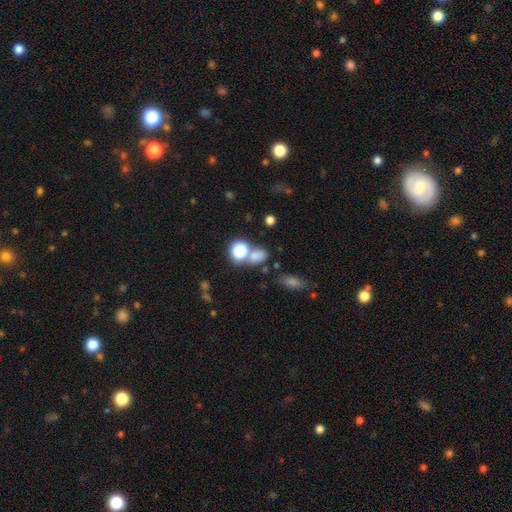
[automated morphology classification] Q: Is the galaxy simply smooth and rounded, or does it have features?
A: smooth — 66%.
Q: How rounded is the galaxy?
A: round — 55%.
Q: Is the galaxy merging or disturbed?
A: none — 55%.